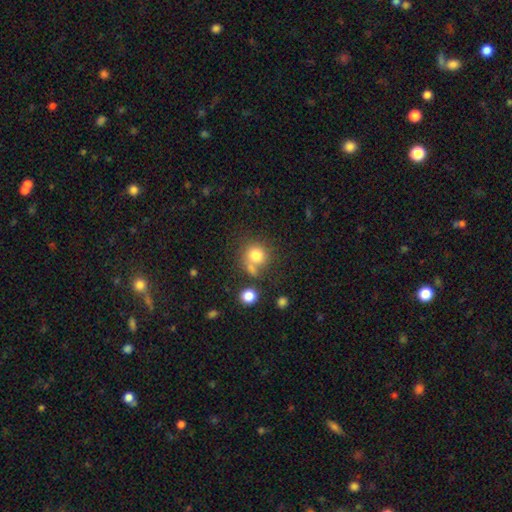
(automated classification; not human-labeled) smooth-or-featured: smooth: 79% | star or artifact: 12% | featured or disk: 10%
  how-rounded: round: 86% | in between: 13% | cigar-shaped: 1%
  merging: none: 57% | merger: 23% | minor disturbance: 13% | major disturbance: 7%